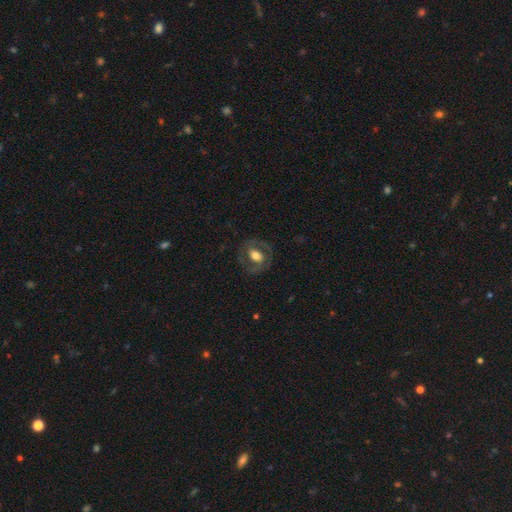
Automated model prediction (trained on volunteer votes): Smooth or featured? Predicted: featured or disk (p=0.49). Merging? Predicted: none (p=0.74).